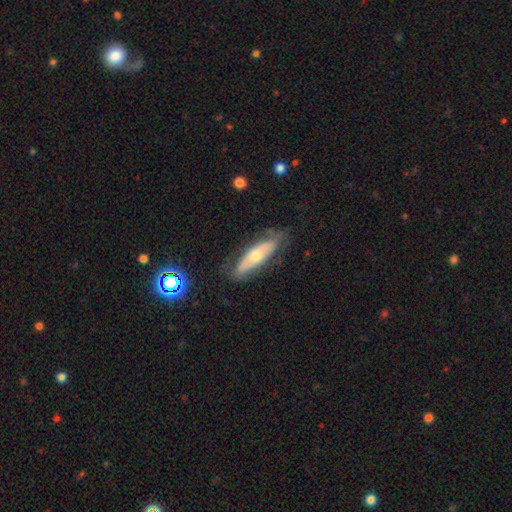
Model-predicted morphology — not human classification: featured or disk 60%, smooth 32%, star or artifact 8%. Down the decision tree: edge-on disk — no (62%); merging — none (75%).